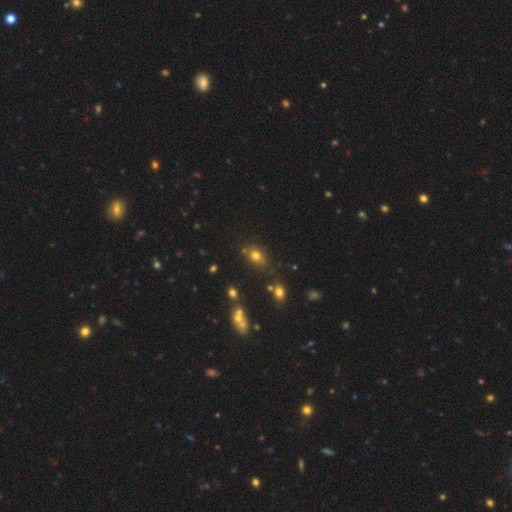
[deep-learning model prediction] This is likely a smooth galaxy (72%). How rounded: possibly in between (55%). Merging: likely none (71%).